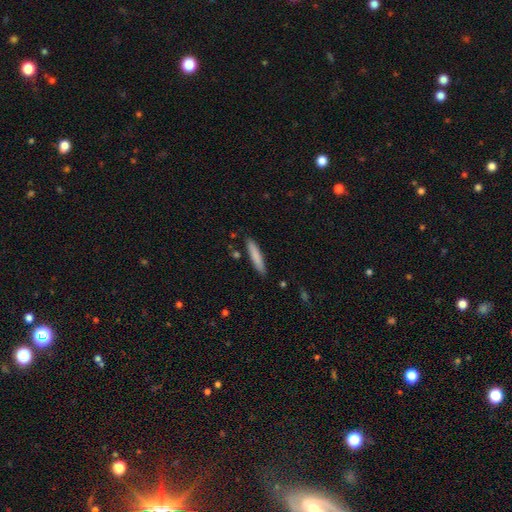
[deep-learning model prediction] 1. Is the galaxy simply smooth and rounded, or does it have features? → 80% smooth, 14% featured or disk, 6% star or artifact.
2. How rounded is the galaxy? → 91% cigar-shaped, 8% in between, 1% round.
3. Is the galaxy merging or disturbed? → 88% none, 9% minor disturbance, 2% merger, 2% major disturbance.